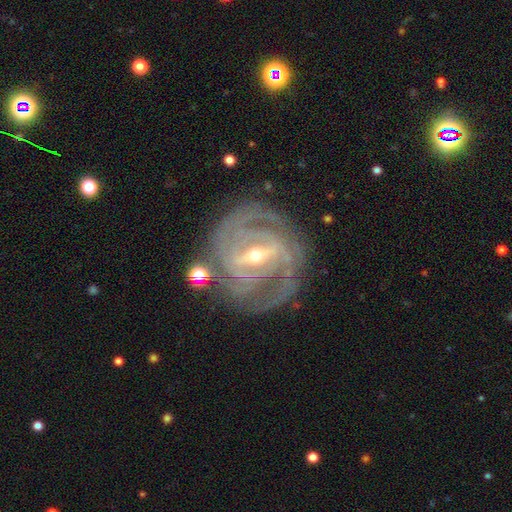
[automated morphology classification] Smooth or featured? featured or disk (91%)
Edge-on disk? no (96%)
Bar? strong (61%)
Spiral arms? yes (97%)
Spiral winding? tight (68%)
Spiral arm count? 3 (28%)
Bulge size? small (51%)
Merging? none (75%)